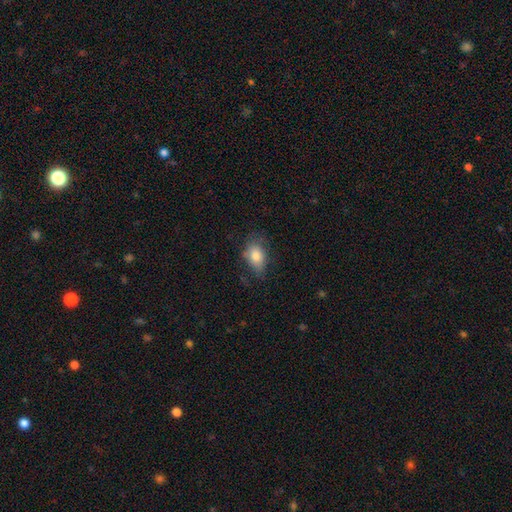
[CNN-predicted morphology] Q: Smooth or featured?
A: smooth (79%); runner-up: featured or disk (12%)
Q: How rounded?
A: in between (83%); runner-up: round (15%)
Q: Merging?
A: none (54%); runner-up: minor disturbance (31%)